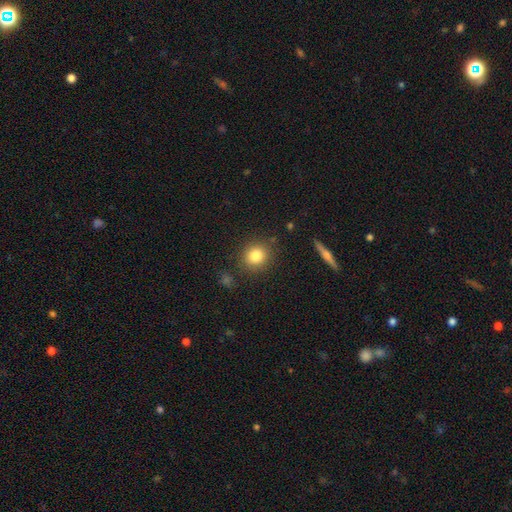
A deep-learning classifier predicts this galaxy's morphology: Smooth or featured: smooth — 83% (star or artifact — 10%)
How rounded: round — 85% (in between — 14%)
Merging: none — 85% (minor disturbance — 9%)